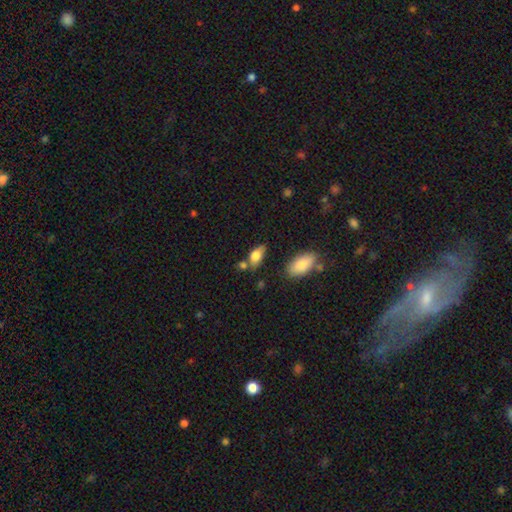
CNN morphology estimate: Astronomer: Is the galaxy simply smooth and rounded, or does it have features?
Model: smooth — 77%.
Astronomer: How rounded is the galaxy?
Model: in between — 85%.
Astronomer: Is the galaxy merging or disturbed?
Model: none — 56%.